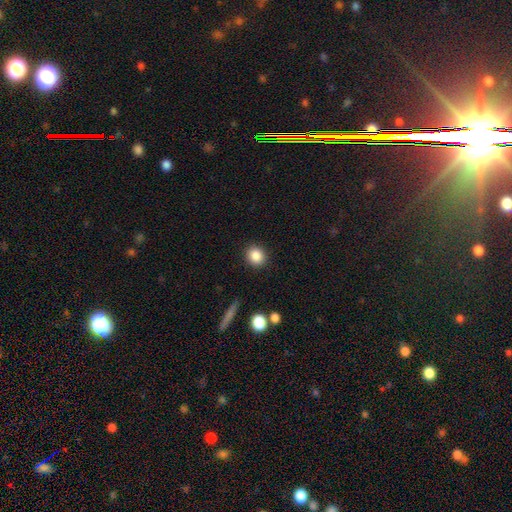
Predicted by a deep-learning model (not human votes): Smooth or featured? Predicted: smooth (p=0.86). How rounded? Predicted: round (p=0.81). Merging? Predicted: none (p=0.89).